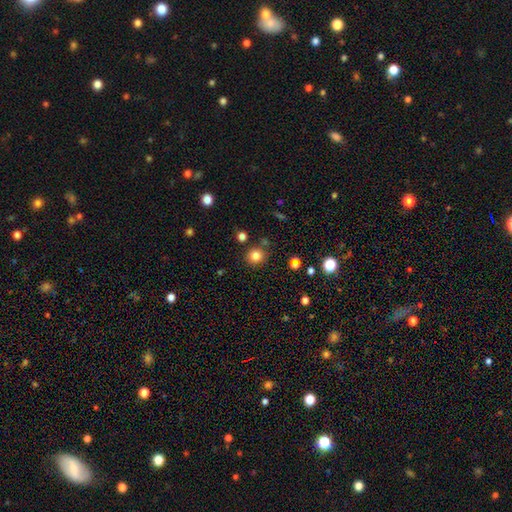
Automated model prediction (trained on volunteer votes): The model was most divided on "smooth or featured": smooth: 82%, star or artifact: 12%, featured or disk: 5%. More confident: how rounded — round (89%); merging — none (82%).